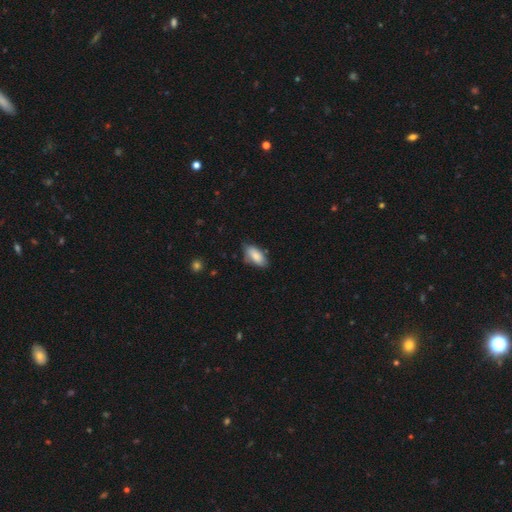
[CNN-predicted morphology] smooth 82%, featured or disk 11%, star or artifact 7%. Down the decision tree: how rounded — in between (89%); merging — none (69%).